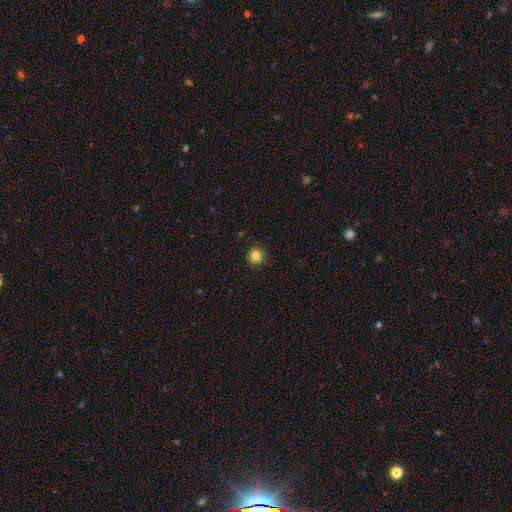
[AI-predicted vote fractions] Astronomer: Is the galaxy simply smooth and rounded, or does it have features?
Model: smooth — 83%.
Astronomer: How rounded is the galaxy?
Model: round — 92%.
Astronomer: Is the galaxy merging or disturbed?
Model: none — 90%.